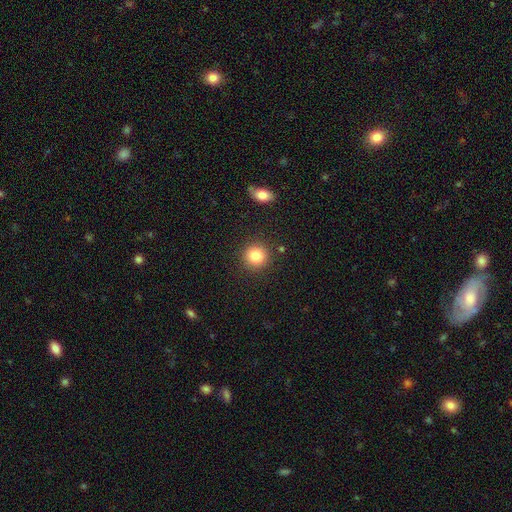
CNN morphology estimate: Q: Smooth or featured?
A: smooth (85%); runner-up: star or artifact (10%)
Q: How rounded?
A: round (91%); runner-up: in between (8%)
Q: Merging?
A: none (89%); runner-up: minor disturbance (7%)